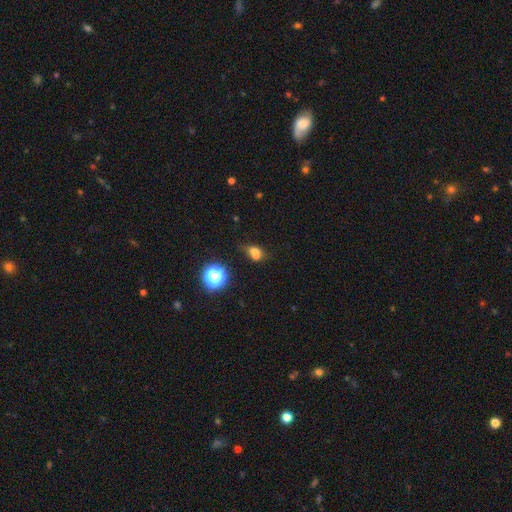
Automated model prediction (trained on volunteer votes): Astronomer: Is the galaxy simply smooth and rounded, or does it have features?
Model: smooth — 67%.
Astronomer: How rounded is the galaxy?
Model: in between — 50% (runner-up: round, 47%).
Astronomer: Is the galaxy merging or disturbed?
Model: merger — 42% (runner-up: none, 36%).